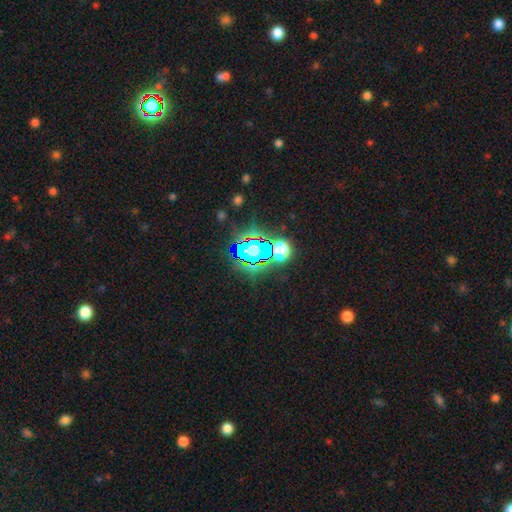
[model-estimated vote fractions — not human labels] Smooth or featured: star or artifact — 62% (smooth — 23%)